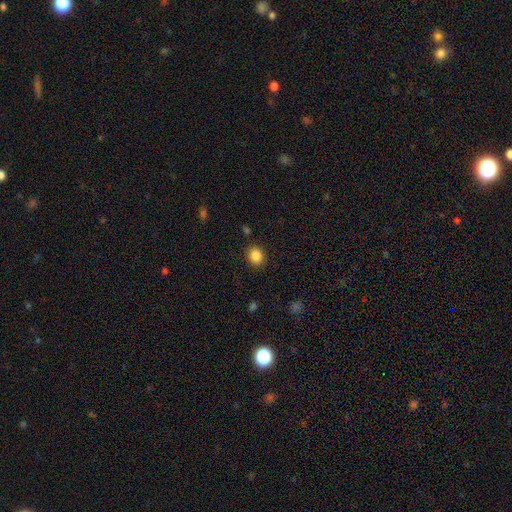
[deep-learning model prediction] Q: Smooth or featured?
A: smooth (86%); runner-up: star or artifact (10%)
Q: How rounded?
A: round (63%); runner-up: in between (37%)
Q: Merging?
A: none (87%); runner-up: minor disturbance (9%)